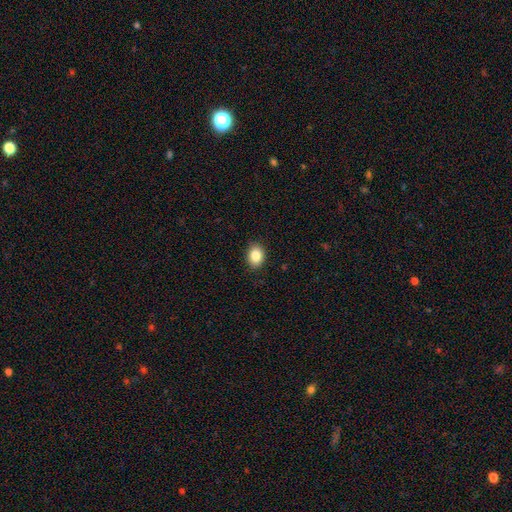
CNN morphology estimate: This is clearly a smooth galaxy (86%). How rounded: likely in between (66%). Merging: clearly none (88%).